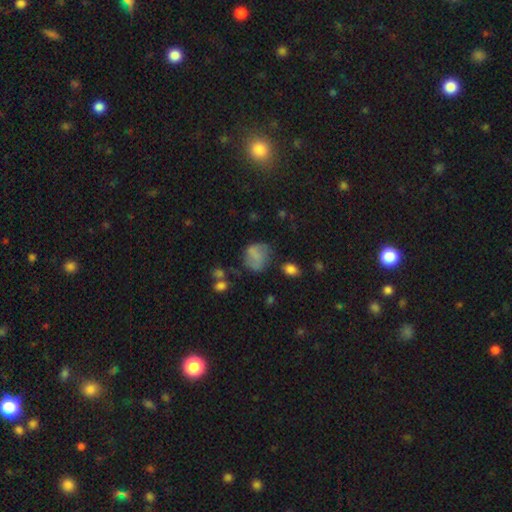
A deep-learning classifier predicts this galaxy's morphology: Smooth or featured? smooth (54%)
How rounded? round (62%)
Merging? none (58%)